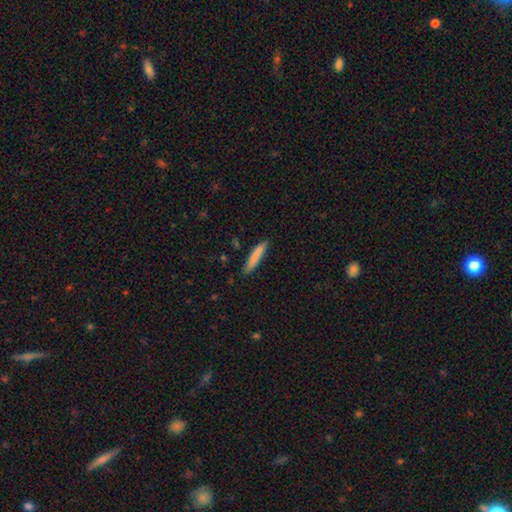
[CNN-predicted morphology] The model was most divided on "smooth or featured": smooth: 82%, featured or disk: 12%, star or artifact: 6%. More confident: how rounded — cigar-shaped (91%); merging — none (87%).